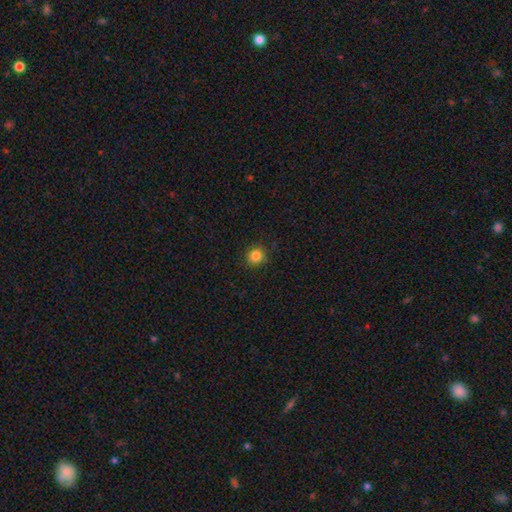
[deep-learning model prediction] Smooth or featured?
  - smooth: 84% *
  - star or artifact: 12%
  - featured or disk: 4%
How rounded?
  - round: 91% *
  - in between: 8%
  - cigar-shaped: 1%
Merging?
  - none: 89% *
  - minor disturbance: 7%
  - major disturbance: 2%
  - merger: 1%